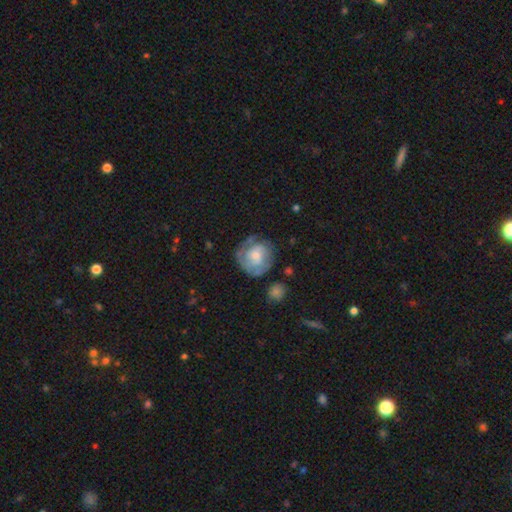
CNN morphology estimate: smooth_or_featured: featured or disk (p=0.62) [alt: smooth p=0.32]
disk_edge_on: no (p=0.98) [alt: yes p=0.02]
bar: no (p=0.68) [alt: weak p=0.27]
has_spiral_arms: yes (p=0.81) [alt: no p=0.19]
bulge_size: small (p=0.43) [alt: moderate p=0.40]
merging: none (p=0.60) [alt: minor disturbance p=0.22]